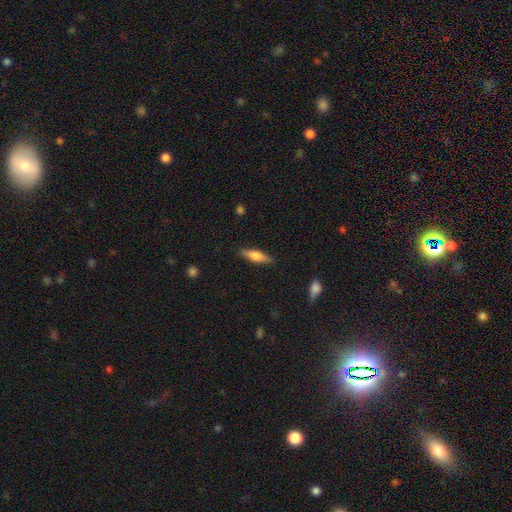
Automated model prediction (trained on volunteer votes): Smooth or featured?
  - smooth: 53% *
  - featured or disk: 40%
  - star or artifact: 6%
How rounded?
  - cigar-shaped: 66% *
  - in between: 32%
  - round: 2%
Merging?
  - none: 87% *
  - minor disturbance: 9%
  - major disturbance: 2%
  - merger: 1%